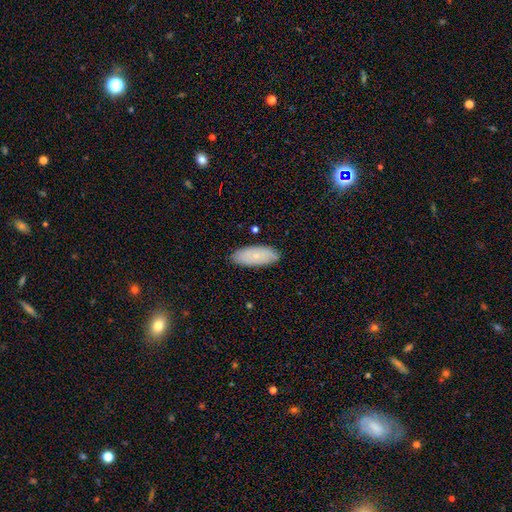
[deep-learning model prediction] Smooth or featured? smooth (71%)
How rounded? in between (82%)
Merging? none (85%)